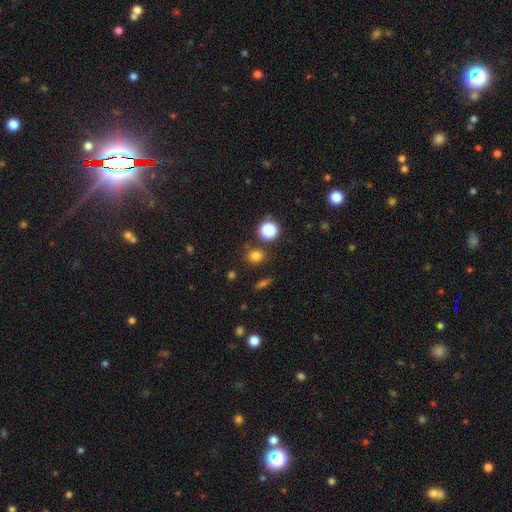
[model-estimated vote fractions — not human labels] Overall: smooth (77%). How rounded: round (77%). Merging: none (81%).